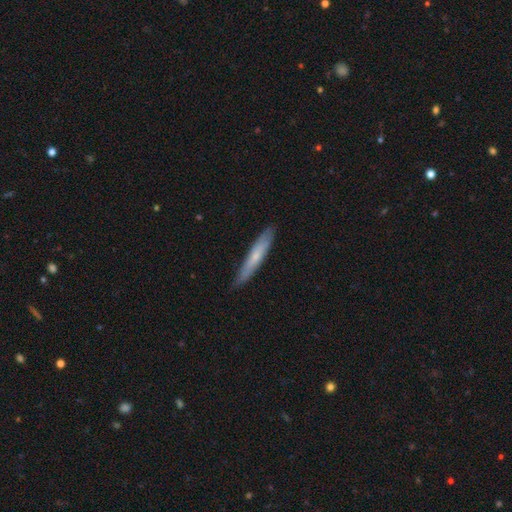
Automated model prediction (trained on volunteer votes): The model was most divided on "smooth or featured": smooth: 58%, featured or disk: 37%, star or artifact: 6%. More confident: how rounded — cigar-shaped (93%); merging — none (86%).